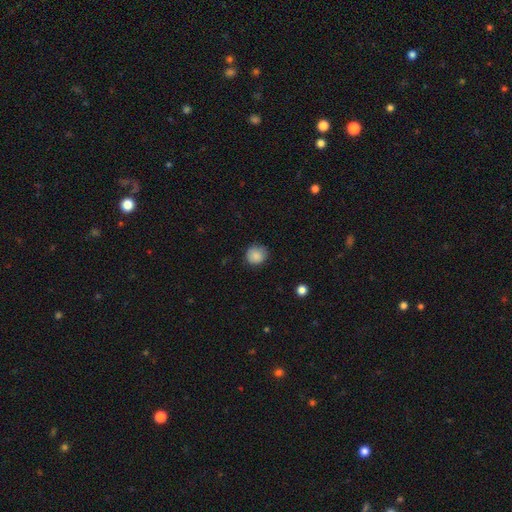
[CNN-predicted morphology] A smooth galaxy with no disk features (86%) that is round (88%). Merging: none (80%).